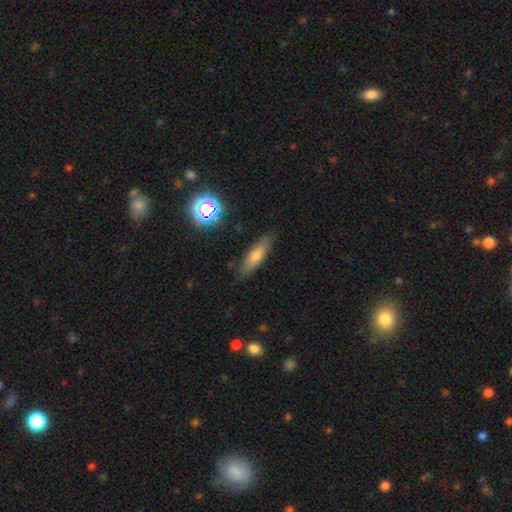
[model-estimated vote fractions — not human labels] Morphology: type=smooth (66%); roundness=cigar-shaped (56%); merging=none (84%).